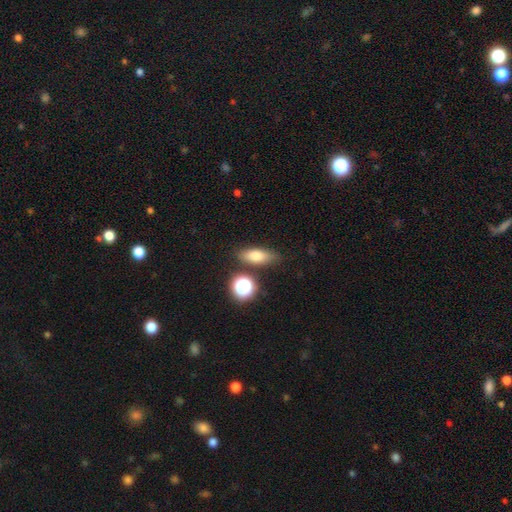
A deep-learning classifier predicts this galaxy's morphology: smooth-or-featured: smooth: 72% | featured or disk: 17% | star or artifact: 11%
  how-rounded: in between: 64% | cigar-shaped: 23% | round: 12%
  merging: none: 77% | minor disturbance: 13% | merger: 6% | major disturbance: 4%